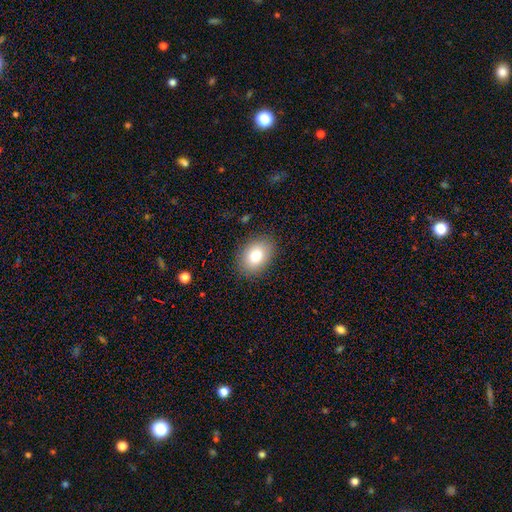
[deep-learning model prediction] Smooth or featured: smooth — 80% (featured or disk — 11%)
How rounded: in between — 74% (round — 25%)
Merging: none — 86% (minor disturbance — 10%)